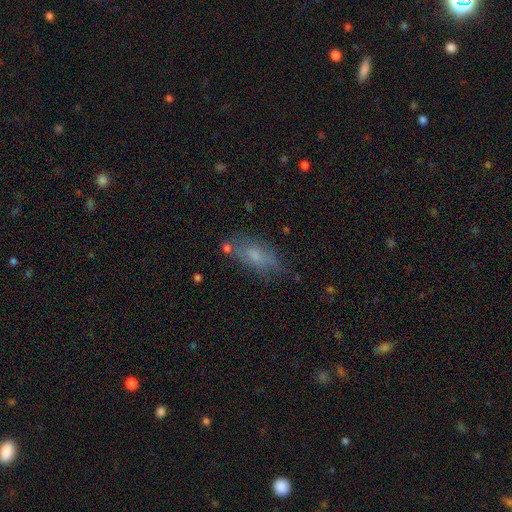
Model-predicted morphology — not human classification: This appears to be a smooth galaxy with no disk features (61%) that is in between round and cigar-shaped (74%). Merging: none (62%).